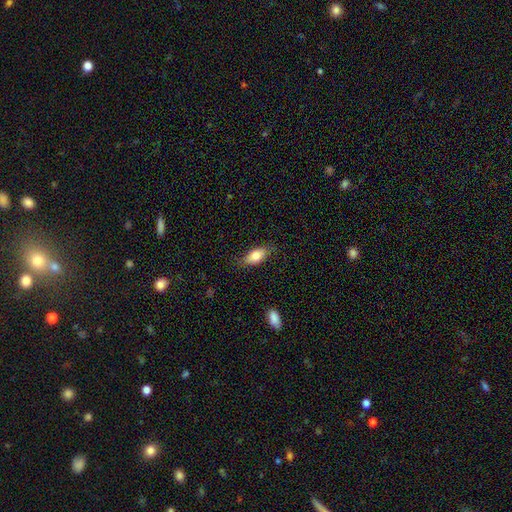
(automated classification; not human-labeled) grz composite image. It shows a smooth galaxy with no disk features (81%) that is in between round and cigar-shaped (86%). Merging: none (75%).